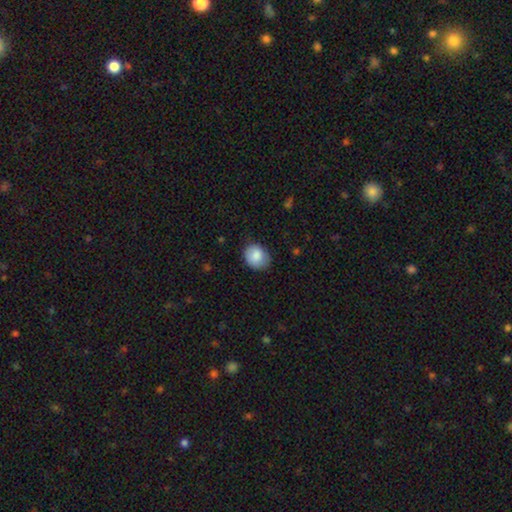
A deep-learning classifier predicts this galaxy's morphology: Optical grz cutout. It shows a smooth galaxy with no disk features (85%) that is round (62%). Merging: none (77%).